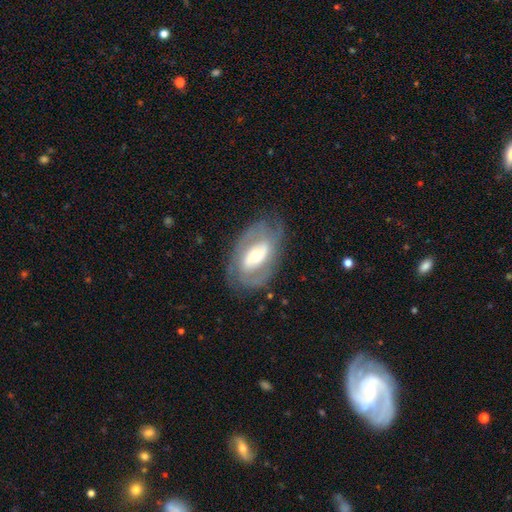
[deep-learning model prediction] Q: Smooth or featured?
A: featured or disk (76%); runner-up: smooth (18%)
Q: Edge-on disk?
A: no (93%); runner-up: yes (7%)
Q: Bar?
A: weak (35%); runner-up: no (34%)
Q: Spiral arms?
A: yes (78%); runner-up: no (22%)
Q: Spiral winding?
A: tight (43%); runner-up: medium (39%)
Q: Spiral arm count?
A: 2 (67%); runner-up: can't tell (21%)
Q: Bulge size?
A: moderate (58%); runner-up: small (32%)
Q: Merging?
A: none (74%); runner-up: minor disturbance (16%)